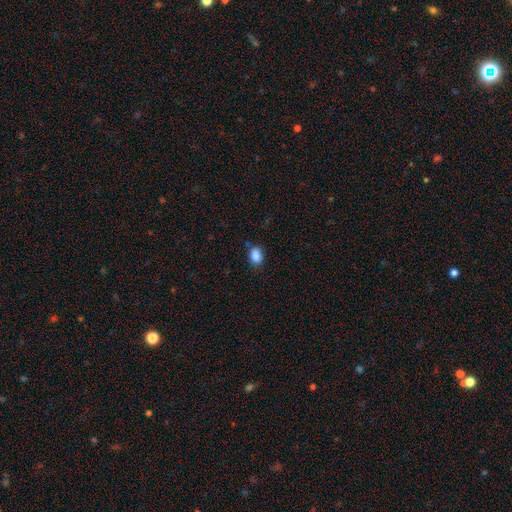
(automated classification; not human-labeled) Smooth or featured: smooth — 87% (star or artifact — 9%)
How rounded: in between — 73% (round — 26%)
Merging: none — 79% (minor disturbance — 16%)